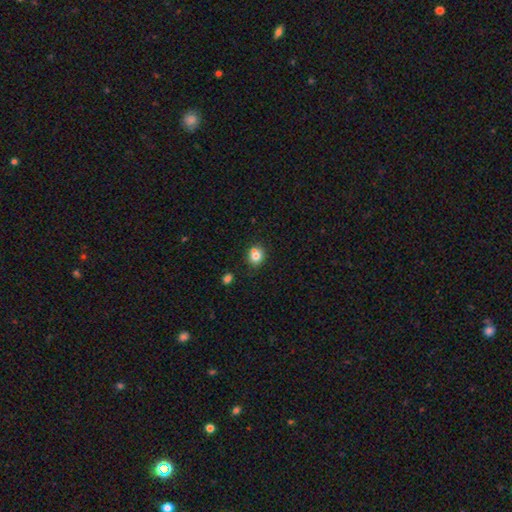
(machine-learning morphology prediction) This is likely a smooth galaxy (78%). How rounded: likely round (73%). Merging: likely none (61%).